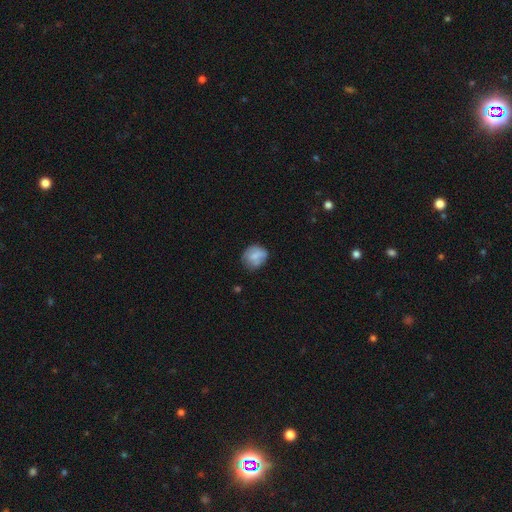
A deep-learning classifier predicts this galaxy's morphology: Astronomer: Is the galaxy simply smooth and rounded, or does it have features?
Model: smooth — 71%.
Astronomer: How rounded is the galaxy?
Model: round — 69%.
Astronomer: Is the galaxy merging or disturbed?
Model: none — 62%.